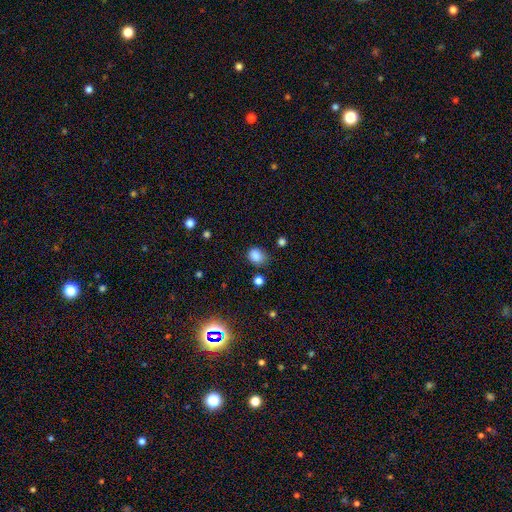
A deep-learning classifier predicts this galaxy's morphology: This is clearly a smooth galaxy (83%). How rounded: possibly round (52%). Merging: likely none (64%).